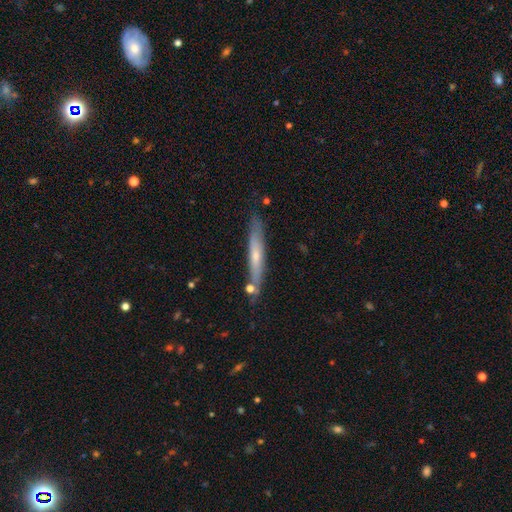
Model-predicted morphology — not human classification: Smooth or featured: featured or disk — 51% (smooth — 43%)
Edge-on disk: yes — 89% (no — 11%)
Merging: none — 80% (minor disturbance — 13%)